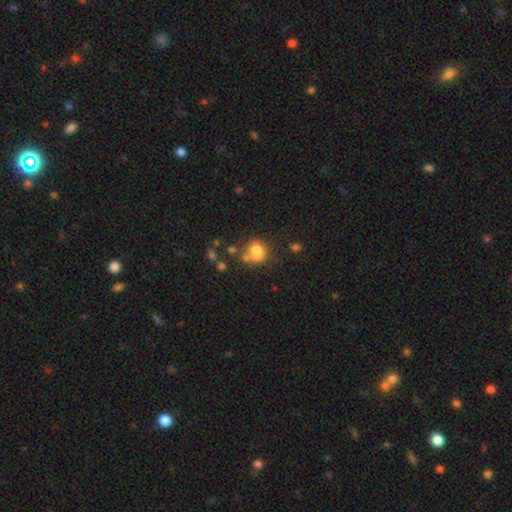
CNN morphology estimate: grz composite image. It shows a smooth galaxy with no disk features (77%) that is round (71%). Merging: none (52%).